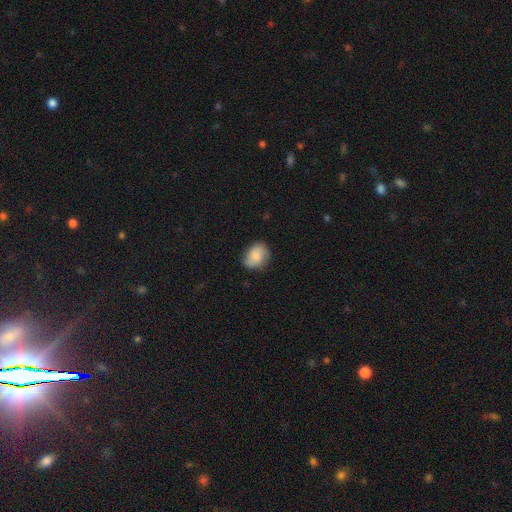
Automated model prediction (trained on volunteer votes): The model was most divided on "how rounded": in between: 60%, round: 39%, cigar-shaped: 1%. More confident: smooth or featured — smooth (82%); merging — none (78%).